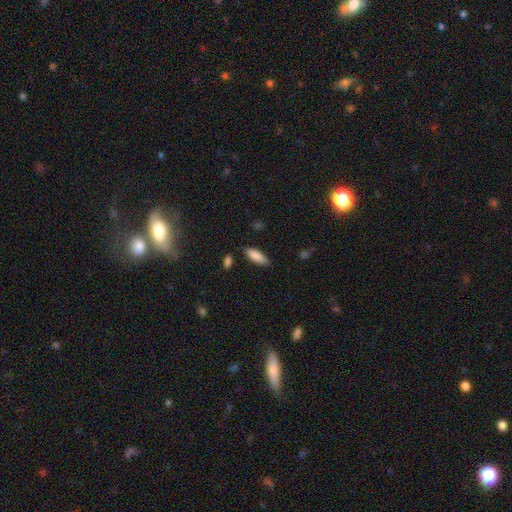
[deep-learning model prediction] Q: Smooth or featured?
A: smooth (87%); runner-up: star or artifact (6%)
Q: How rounded?
A: in between (66%); runner-up: cigar-shaped (33%)
Q: Merging?
A: none (81%); runner-up: minor disturbance (14%)